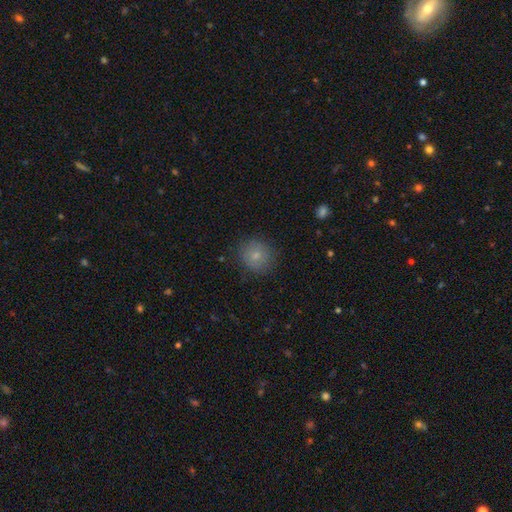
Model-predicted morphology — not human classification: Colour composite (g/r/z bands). It shows a smooth galaxy with no disk features (80%) that is round (88%). Merging: none (84%).